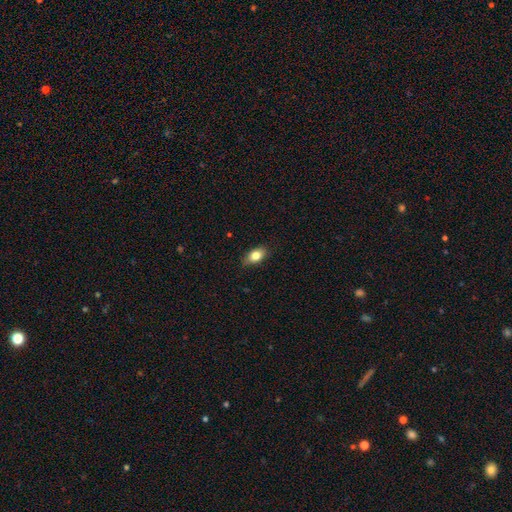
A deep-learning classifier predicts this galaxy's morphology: A smooth galaxy with no disk features (81%) that is in between round and cigar-shaped (85%). Merging: none (81%).